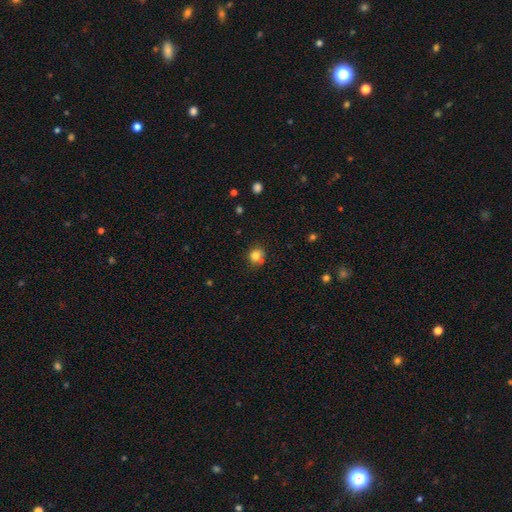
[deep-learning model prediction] Smooth or featured: smooth — 81% (star or artifact — 12%)
How rounded: round — 83% (in between — 16%)
Merging: none — 72% (minor disturbance — 14%)